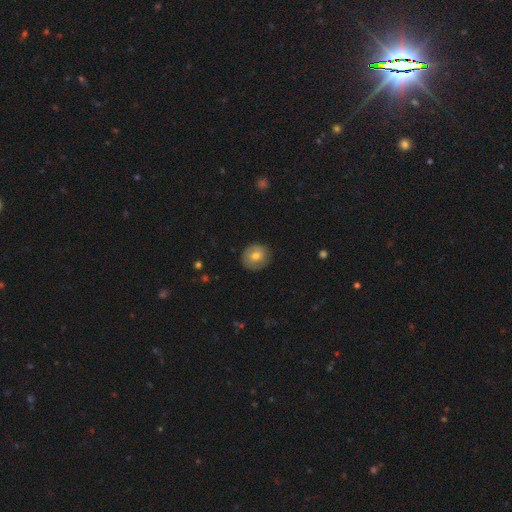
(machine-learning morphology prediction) Smooth or featured? smooth (71%)
How rounded? round (84%)
Merging? none (84%)